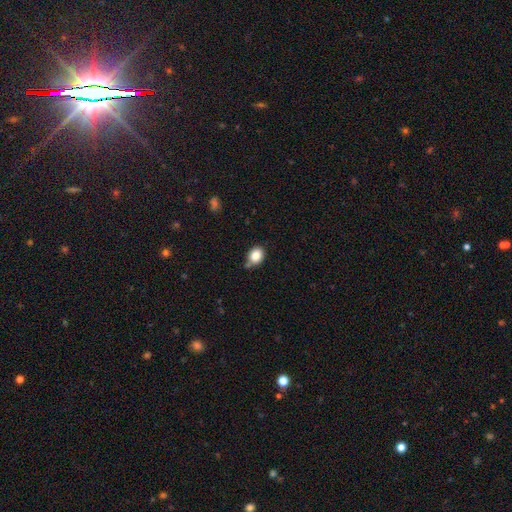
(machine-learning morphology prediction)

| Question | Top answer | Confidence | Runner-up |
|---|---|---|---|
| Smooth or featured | smooth | 86% | star or artifact (9%) |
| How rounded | in between | 58% | round (41%) |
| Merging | none | 66% | minor disturbance (23%) |